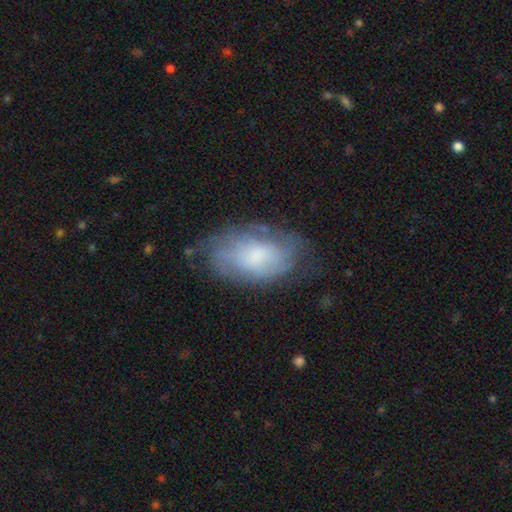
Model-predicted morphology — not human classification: Smooth or featured? featured or disk (46%, tied with smooth)
Merging? none (59%)